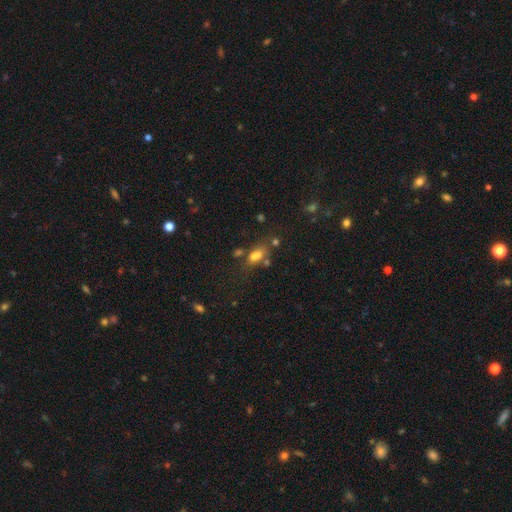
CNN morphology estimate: A smooth galaxy with no disk features (69%) that is in between round and cigar-shaped (79%).

Vote fractions:
- Smooth or featured? smooth: 69% / star or artifact: 16% / featured or disk: 15%
- How rounded? in between: 79% / round: 13% / cigar-shaped: 8%
- Merging? none: 47% / merger: 25% / minor disturbance: 17% / major disturbance: 11%